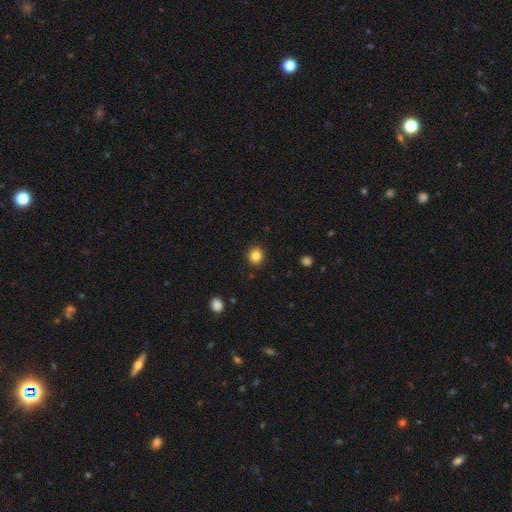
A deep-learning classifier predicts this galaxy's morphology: Smooth or featured: smooth — 85% (star or artifact — 11%)
How rounded: round — 86% (in between — 13%)
Merging: none — 91% (minor disturbance — 6%)